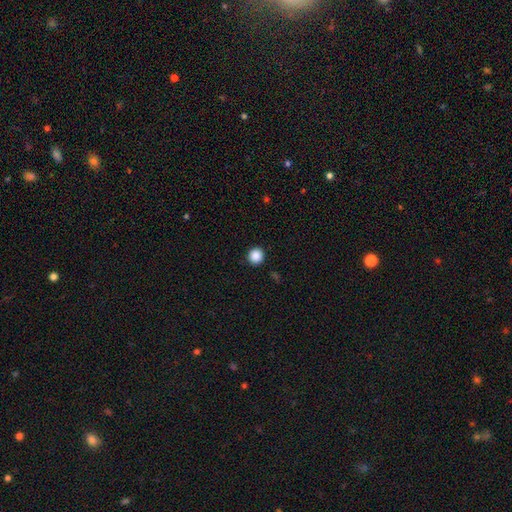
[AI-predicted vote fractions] A smooth galaxy with no disk features (88%) that is round (95%). Merging: none (93%).